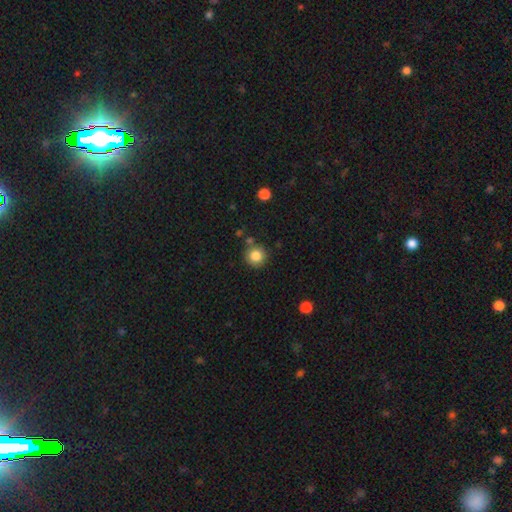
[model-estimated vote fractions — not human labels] This appears to be a smooth galaxy with no disk features (84%) that is round (93%). Merging: none (81%).